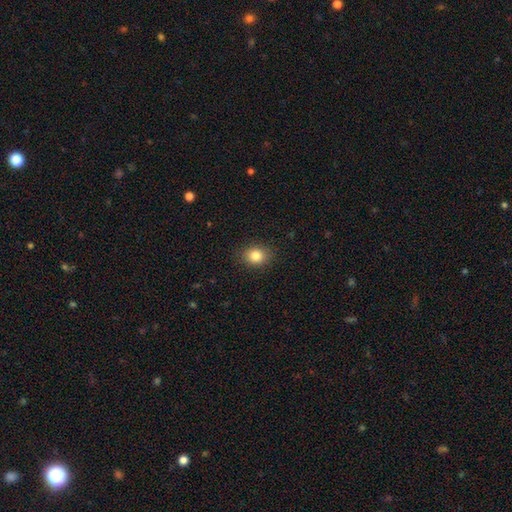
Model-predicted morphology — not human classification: smooth 84%, star or artifact 10%, featured or disk 6%. Down the decision tree: how rounded — round (55%); merging — none (88%).